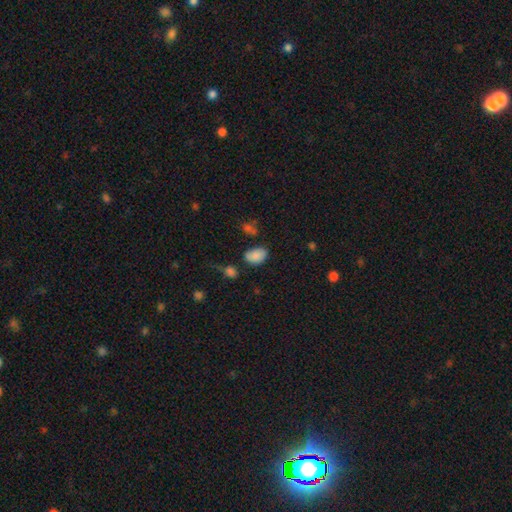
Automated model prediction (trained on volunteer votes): The model was most divided on "merging": none: 64%, minor disturbance: 23%, major disturbance: 7%, merger: 6%. More confident: smooth or featured — smooth (84%); how rounded — in between (82%).